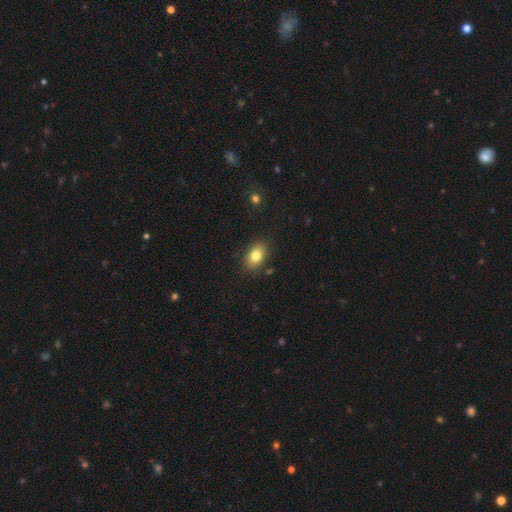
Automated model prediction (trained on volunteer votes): Morphology: type=smooth (82%); roundness=in between (84%); merging=none (84%).